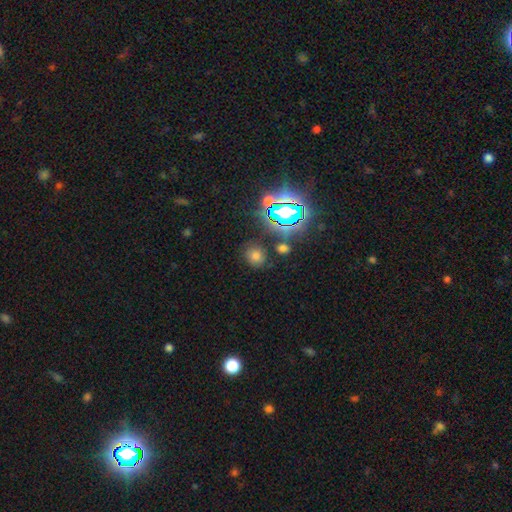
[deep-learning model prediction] This appears to be a smooth galaxy with no disk features (63%) that is round (77%). Merging: none (78%).